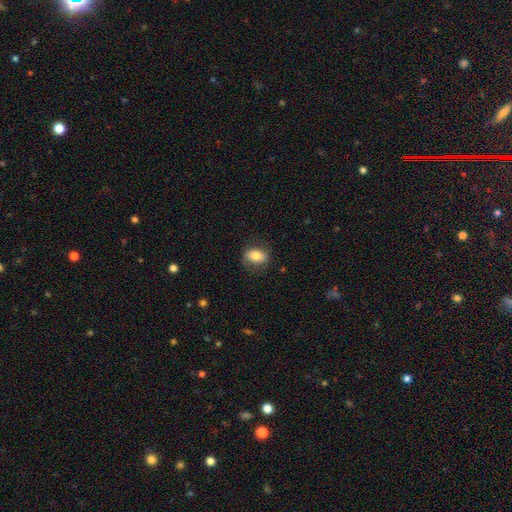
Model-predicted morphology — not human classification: Smooth or featured: smooth — 76% (featured or disk — 17%)
How rounded: in between — 80% (round — 18%)
Merging: none — 77% (minor disturbance — 16%)